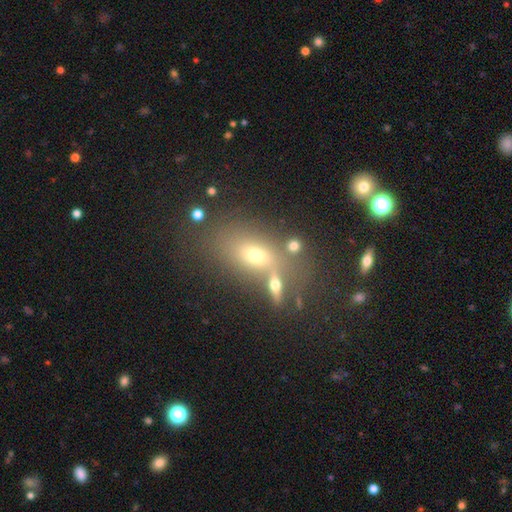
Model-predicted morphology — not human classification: Smooth or featured? Predicted: smooth (p=0.56). How rounded? Predicted: in between (p=0.72). Merging? Predicted: none (p=0.56).